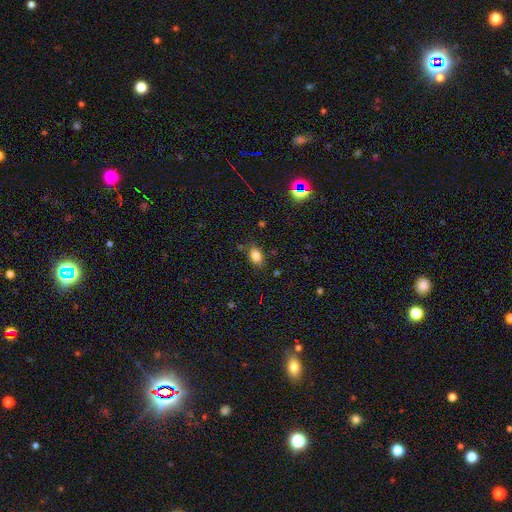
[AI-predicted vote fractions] A smooth galaxy with no disk features (83%) that is in between round and cigar-shaped (79%).

Vote fractions:
- Smooth or featured? smooth: 83% / star or artifact: 11% / featured or disk: 6%
- How rounded? in between: 79% / round: 19% / cigar-shaped: 2%
- Merging? none: 81% / minor disturbance: 13% / major disturbance: 3% / merger: 3%